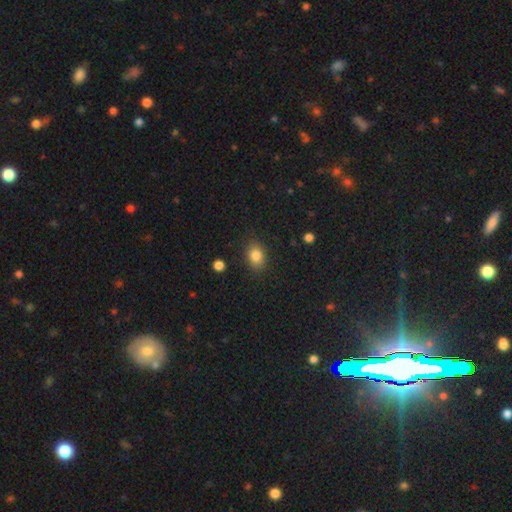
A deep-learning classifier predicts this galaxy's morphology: A smooth galaxy with no disk features (83%) that is in between round and cigar-shaped (69%).

Vote fractions:
- Smooth or featured? smooth: 83% / star or artifact: 10% / featured or disk: 7%
- How rounded? in between: 69% / round: 30% / cigar-shaped: 1%
- Merging? none: 85% / minor disturbance: 10% / major disturbance: 3% / merger: 2%